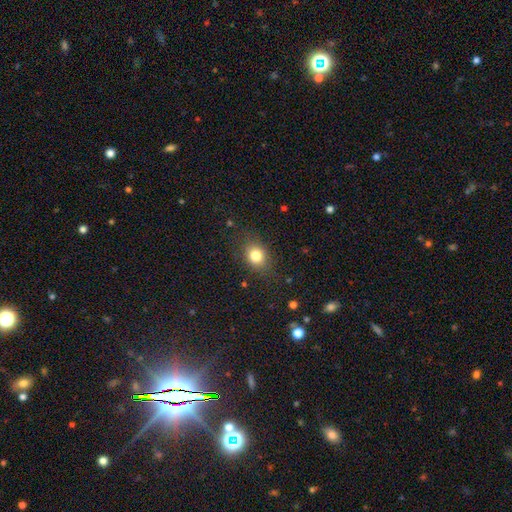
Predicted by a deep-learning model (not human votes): This appears to be a smooth galaxy with no disk features (80%) that is round (54%). Merging: none (79%).